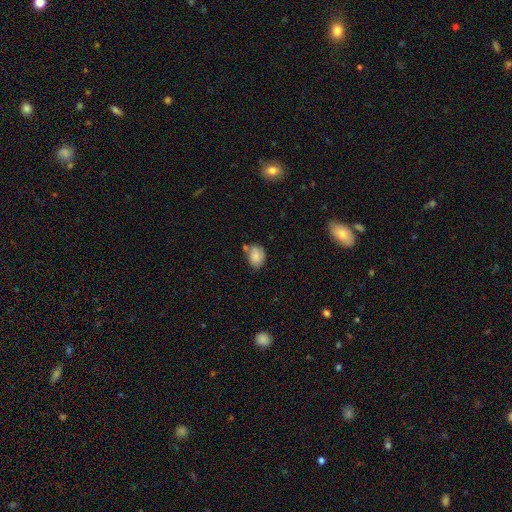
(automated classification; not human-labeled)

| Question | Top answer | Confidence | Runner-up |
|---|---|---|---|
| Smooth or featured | smooth | 83% | featured or disk (10%) |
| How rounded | in between | 68% | round (30%) |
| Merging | none | 55% | minor disturbance (25%) |